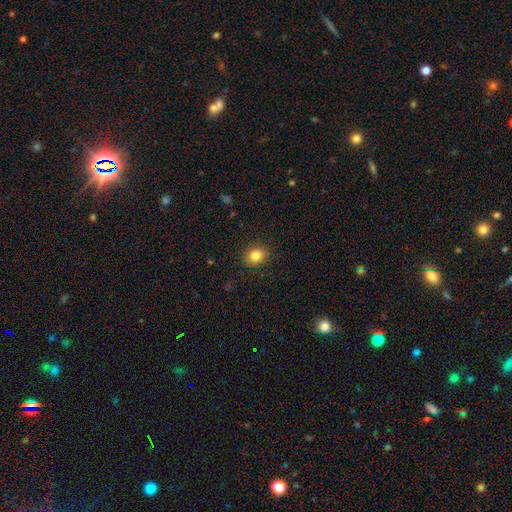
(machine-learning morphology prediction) A smooth galaxy with no disk features (83%) that is round (64%). Merging: none (89%).